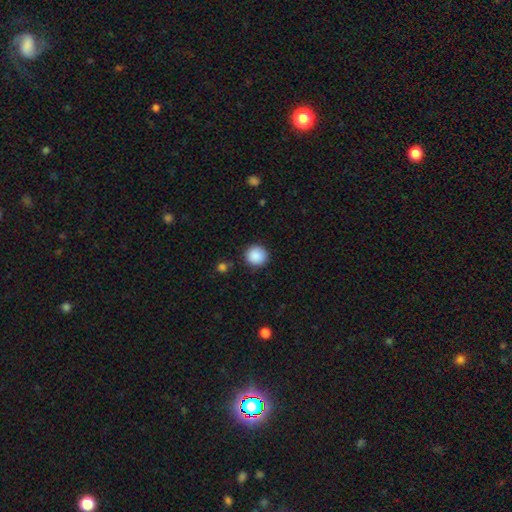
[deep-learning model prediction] Smooth or featured? smooth (89%)
How rounded? round (93%)
Merging? none (89%)